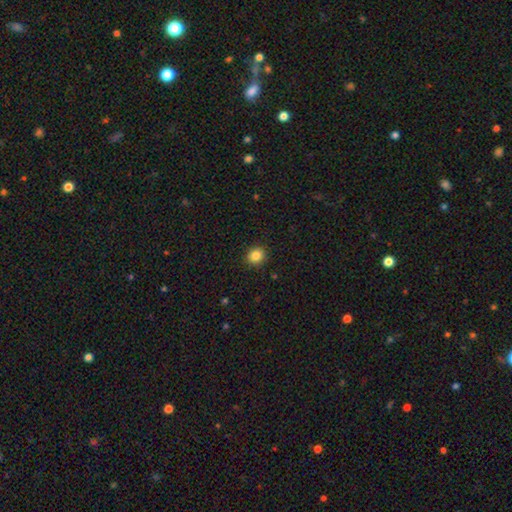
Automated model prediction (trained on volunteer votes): smooth_or_featured: smooth (p=0.85) [alt: star or artifact p=0.11]
how_rounded: round (p=0.82) [alt: in between p=0.17]
merging: none (p=0.91) [alt: minor disturbance p=0.06]